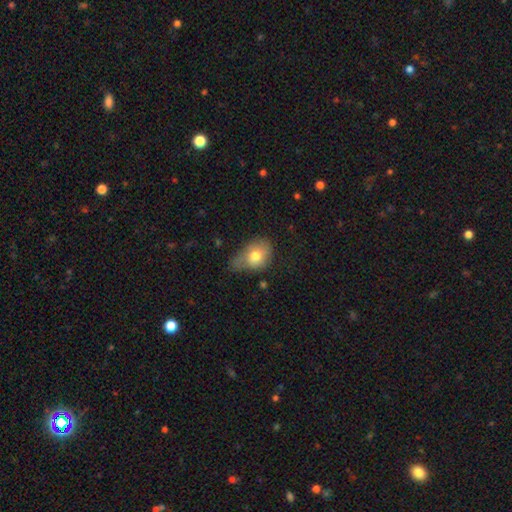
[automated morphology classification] Smooth or featured? smooth (73%)
How rounded? in between (70%)
Merging? minor disturbance (44%)